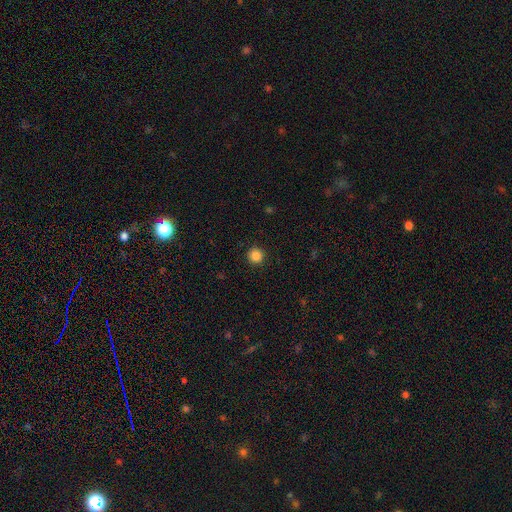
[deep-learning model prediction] Overall: smooth (86%). How rounded: round (96%). Merging: none (93%).